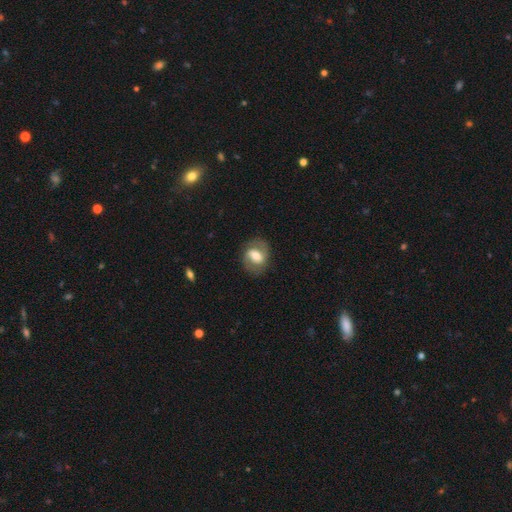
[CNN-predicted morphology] This appears to be a featured or disk galaxy (57%) with a weak bar (44%), spiral arms (75%) and a moderate central bulge (56%). Merging: none (77%).